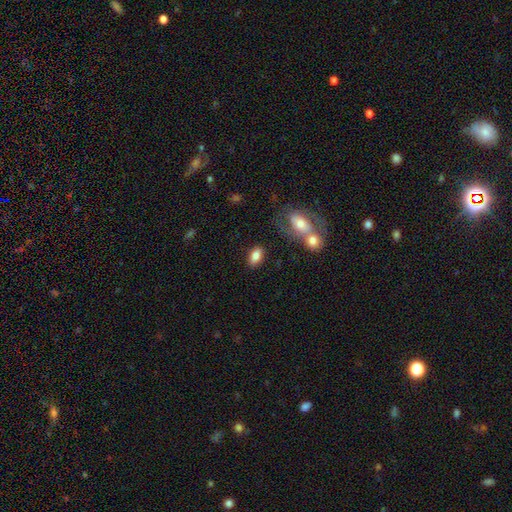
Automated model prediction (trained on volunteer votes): Q: Smooth or featured?
A: smooth (81%); runner-up: featured or disk (11%)
Q: How rounded?
A: in between (91%); runner-up: round (6%)
Q: Merging?
A: none (80%); runner-up: minor disturbance (10%)